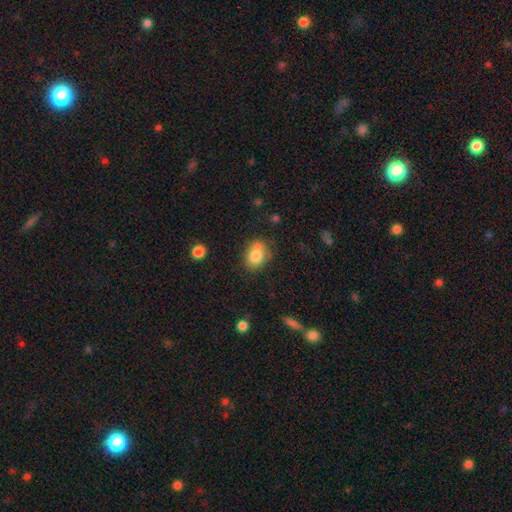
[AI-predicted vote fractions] This appears to be a smooth galaxy with no disk features (79%) that is in between round and cigar-shaped (69%). Merging: none (63%).